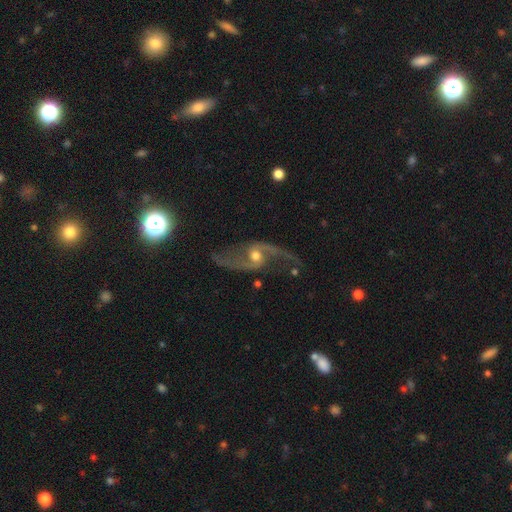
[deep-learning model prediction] Morphology: type=featured or disk (89%); edge-on=no (96%); bar=no (57%); spiral arms=yes (96%); winding=loose (79%); arm count=2 (94%); bulge=moderate (69%); merging=none (63%).